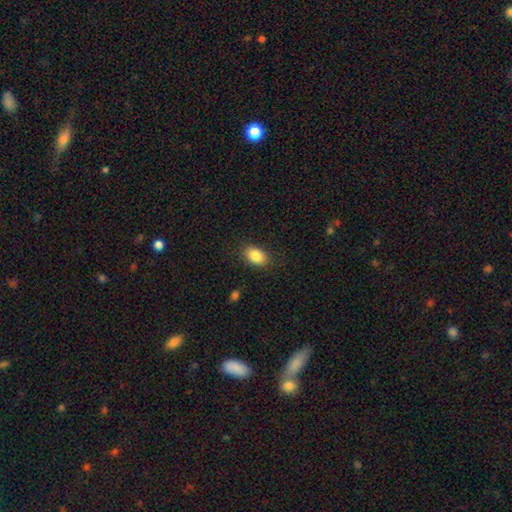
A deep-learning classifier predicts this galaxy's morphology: A smooth galaxy with no disk features (86%) that is in between round and cigar-shaped (87%).

Vote fractions:
- Smooth or featured? smooth: 86% / star or artifact: 8% / featured or disk: 6%
- How rounded? in between: 87% / round: 12% / cigar-shaped: 1%
- Merging? none: 86% / minor disturbance: 10% / major disturbance: 3% / merger: 1%